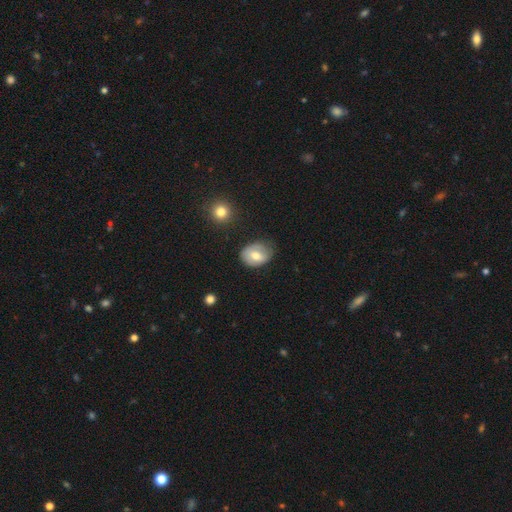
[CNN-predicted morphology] smooth_or_featured: smooth (p=0.61) [alt: featured or disk p=0.32]
how_rounded: in between (p=0.64) [alt: round p=0.35]
merging: none (p=0.63) [alt: minor disturbance p=0.28]